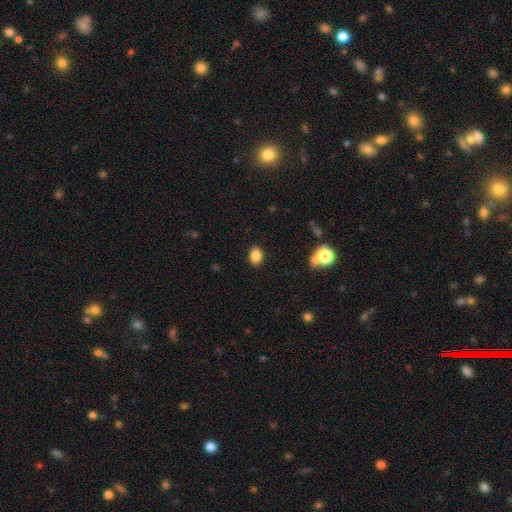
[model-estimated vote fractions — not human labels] Smooth or featured? Predicted: smooth (p=0.84). How rounded? Predicted: in between (p=0.73). Merging? Predicted: none (p=0.88).